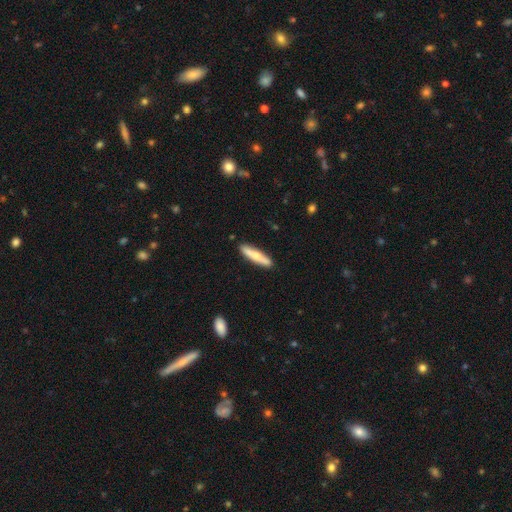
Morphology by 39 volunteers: featured or disk 51%, smooth 46%, star or artifact 3%. Down the decision tree: edge-on disk — yes (90%); edge-on bulge — rounded (94%); merging — none (87%).